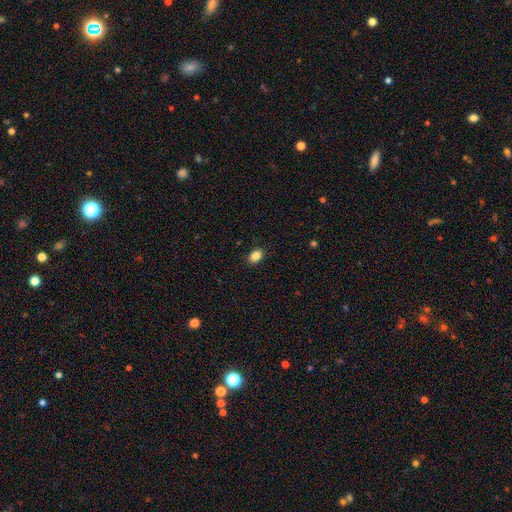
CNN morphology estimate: A smooth galaxy with no disk features (86%) that is in between round and cigar-shaped (76%).

Vote fractions:
- Smooth or featured? smooth: 86% / star or artifact: 9% / featured or disk: 5%
- How rounded? in between: 76% / round: 23% / cigar-shaped: 1%
- Merging? none: 88% / minor disturbance: 9% / major disturbance: 2% / merger: 1%